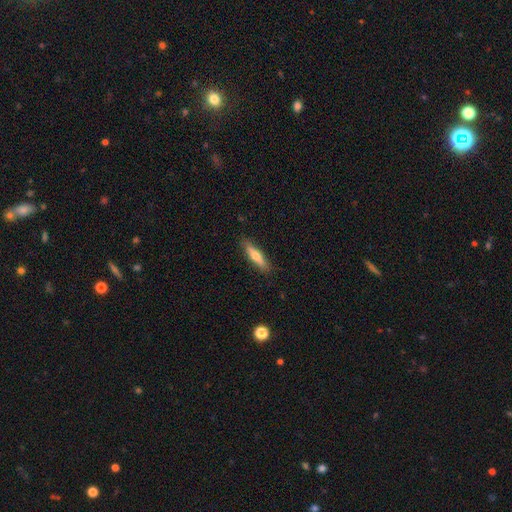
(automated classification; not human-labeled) Overall: smooth (57%; featured or disk 37%). How rounded: cigar-shaped (78%). Merging: none (86%).